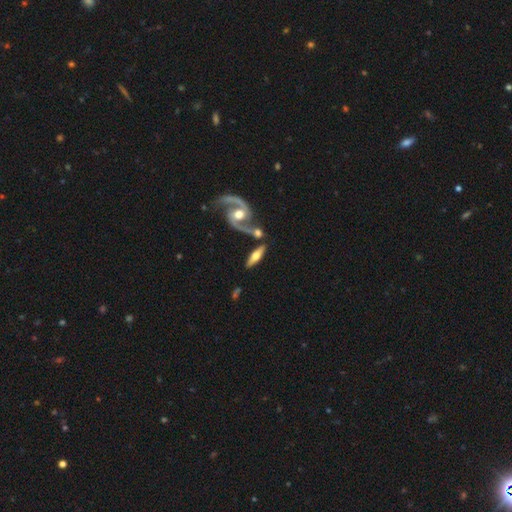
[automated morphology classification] smooth_or_featured: featured or disk (p=0.60) [alt: smooth p=0.35]
disk_edge_on: yes (p=0.57) [alt: no p=0.43]
merging: none (p=0.66) [alt: merger p=0.16]